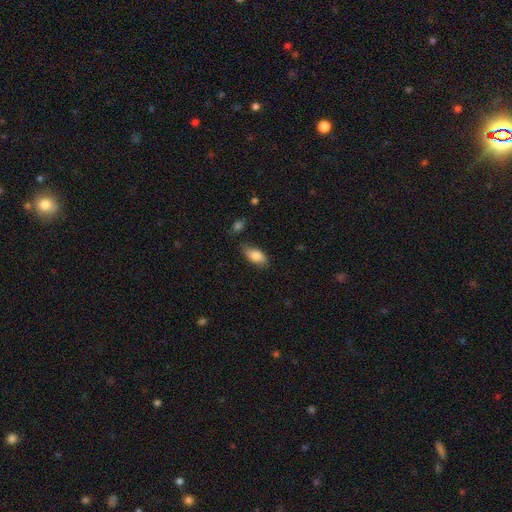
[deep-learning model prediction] smooth_or_featured: smooth (p=0.84) [alt: featured or disk p=0.09]
how_rounded: in between (p=0.91) [alt: cigar-shaped p=0.06]
merging: none (p=0.73) [alt: minor disturbance p=0.20]